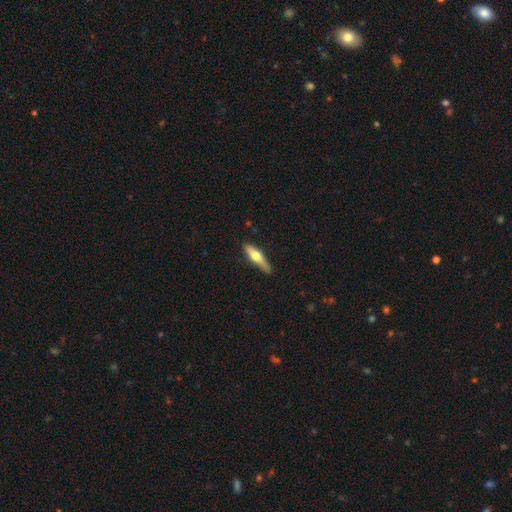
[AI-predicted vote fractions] A smooth galaxy with no disk features (55%) that is cigar-shaped (72%). Merging: none (79%).